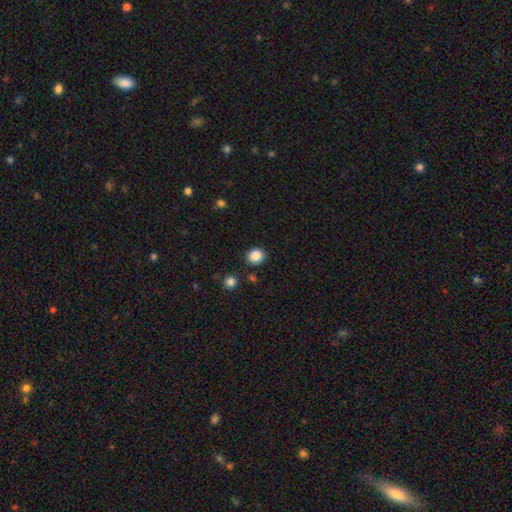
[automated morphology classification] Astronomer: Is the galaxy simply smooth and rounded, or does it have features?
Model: smooth — 87%.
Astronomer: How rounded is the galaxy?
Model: round — 80%.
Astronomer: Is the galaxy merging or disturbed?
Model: none — 87%.